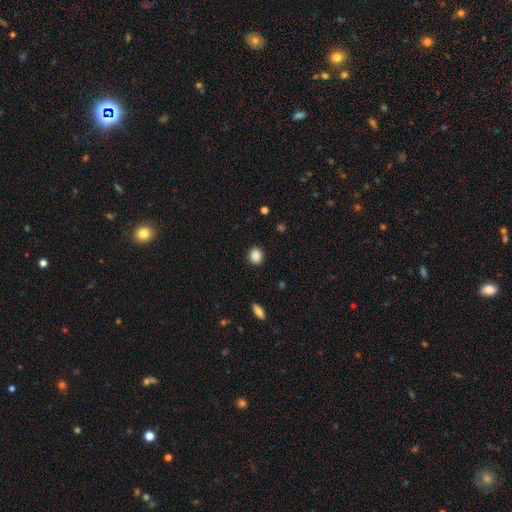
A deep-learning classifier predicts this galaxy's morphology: smooth-or-featured: smooth: 88% | star or artifact: 9% | featured or disk: 3%
  how-rounded: round: 77% | in between: 22% | cigar-shaped: 1%
  merging: none: 90% | minor disturbance: 6% | major disturbance: 2% | merger: 1%